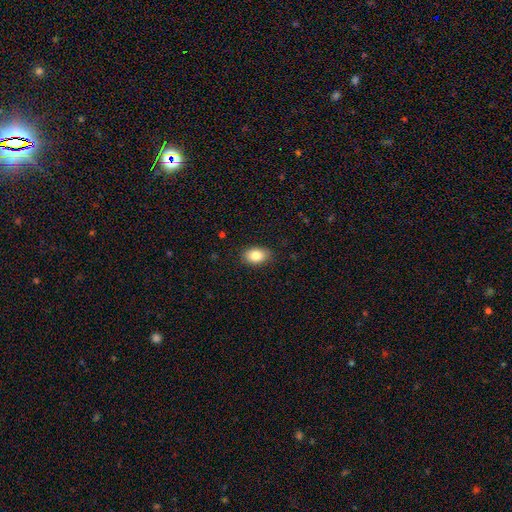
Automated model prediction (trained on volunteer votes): smooth 83%, featured or disk 9%, star or artifact 8%. Down the decision tree: how rounded — in between (85%); merging — none (87%).